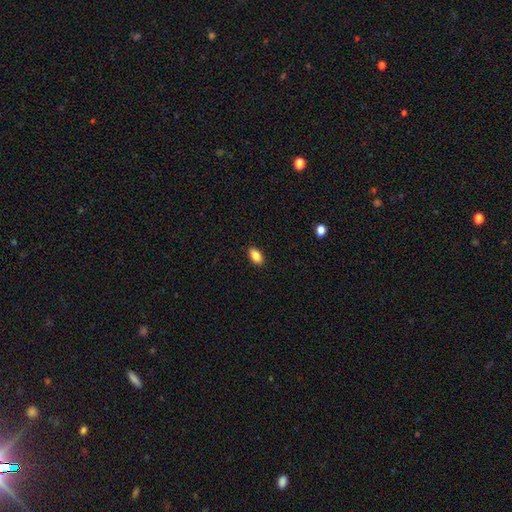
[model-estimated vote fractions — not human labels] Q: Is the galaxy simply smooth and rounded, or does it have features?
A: smooth — 87%.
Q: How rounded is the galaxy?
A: in between — 91%.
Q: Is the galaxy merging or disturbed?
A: none — 90%.